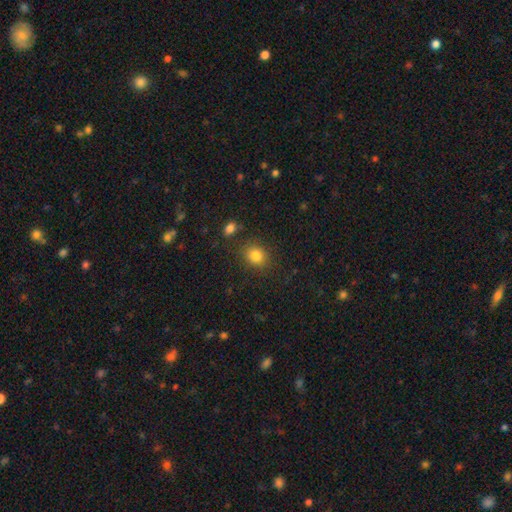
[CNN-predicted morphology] A smooth galaxy with no disk features (83%) that is round (66%). Merging: none (83%).